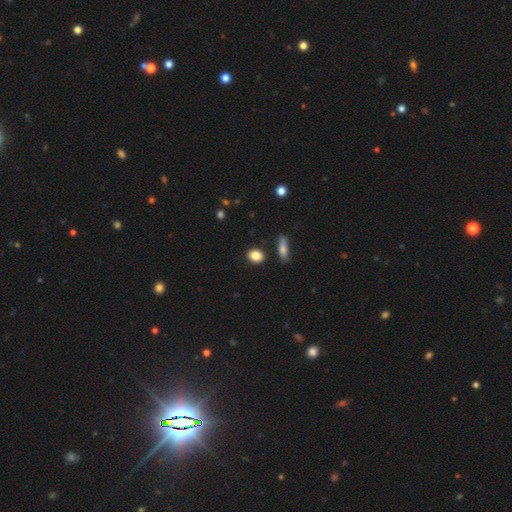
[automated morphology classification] type=smooth (86%); roundness=in between (54%); merging=none (84%).